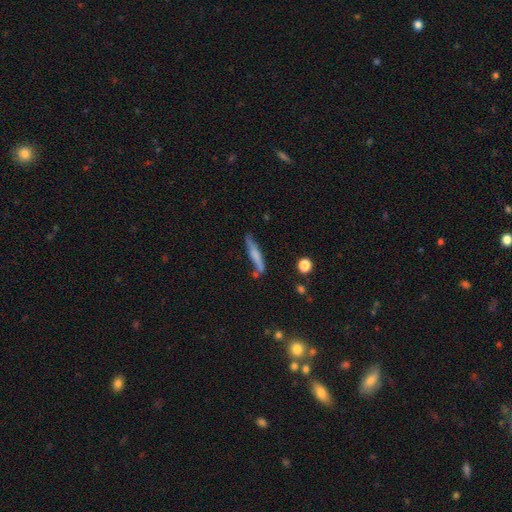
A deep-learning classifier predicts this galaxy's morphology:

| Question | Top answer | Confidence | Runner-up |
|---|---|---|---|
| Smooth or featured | smooth | 56% | featured or disk (37%) |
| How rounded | cigar-shaped | 90% | in between (8%) |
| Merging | none | 67% | minor disturbance (20%) |